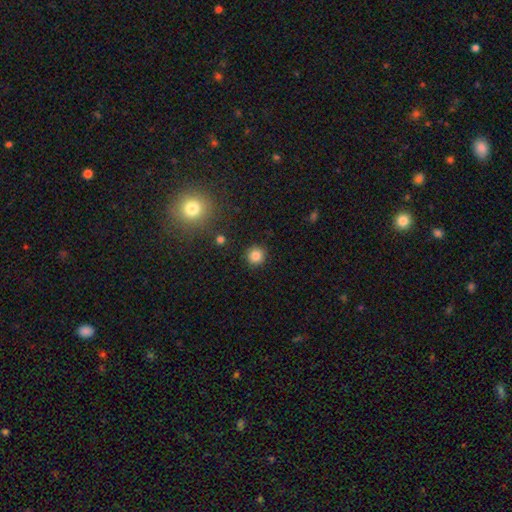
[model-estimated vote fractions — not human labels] This appears to be a smooth galaxy with no disk features (83%) that is round (94%). Merging: none (90%).